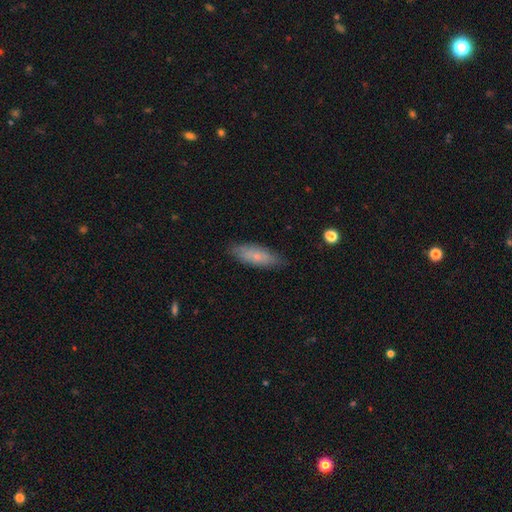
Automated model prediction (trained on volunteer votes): Smooth or featured? Predicted: smooth (p=0.67). How rounded? Predicted: in between (p=0.59). Merging? Predicted: none (p=0.80).